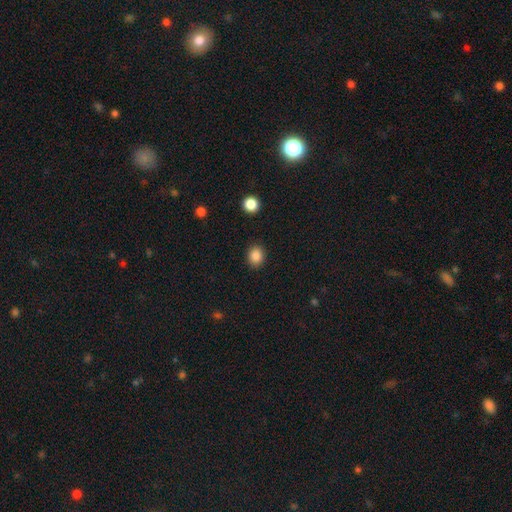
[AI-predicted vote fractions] Smooth or featured?
  - smooth: 86% *
  - star or artifact: 10%
  - featured or disk: 4%
How rounded?
  - round: 66% *
  - in between: 33%
  - cigar-shaped: 1%
Merging?
  - none: 89% *
  - minor disturbance: 7%
  - major disturbance: 2%
  - merger: 1%